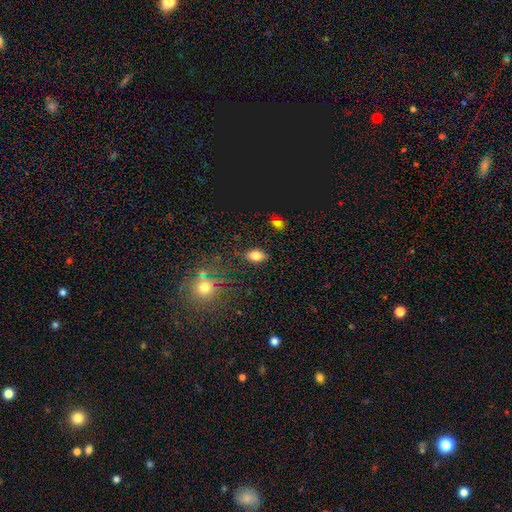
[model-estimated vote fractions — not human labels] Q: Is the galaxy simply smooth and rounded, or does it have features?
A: smooth — 80%.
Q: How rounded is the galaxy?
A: in between — 87%.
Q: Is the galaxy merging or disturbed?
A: none — 83%.